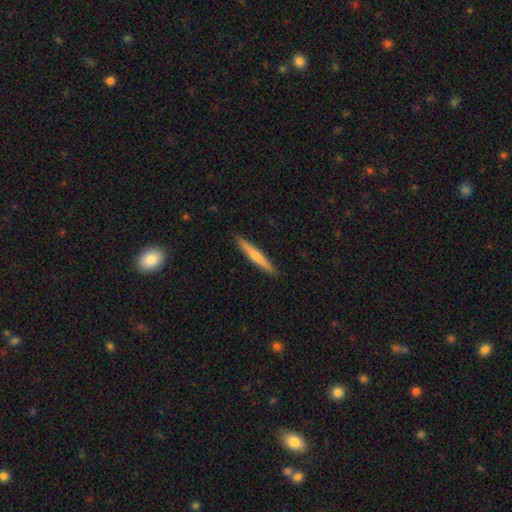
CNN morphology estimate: A smooth galaxy with no disk features (63%) that is cigar-shaped (95%).

Vote fractions:
- Smooth or featured? smooth: 63% / featured or disk: 31% / star or artifact: 5%
- How rounded? cigar-shaped: 95% / in between: 4% / round: 1%
- Merging? none: 91% / minor disturbance: 7% / major disturbance: 1% / merger: 1%